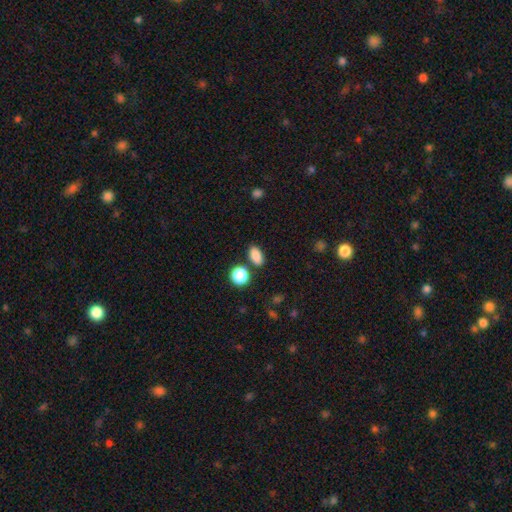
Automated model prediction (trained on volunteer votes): Smooth or featured? Predicted: smooth (p=0.86). How rounded? Predicted: in between (p=0.83). Merging? Predicted: none (p=0.79).